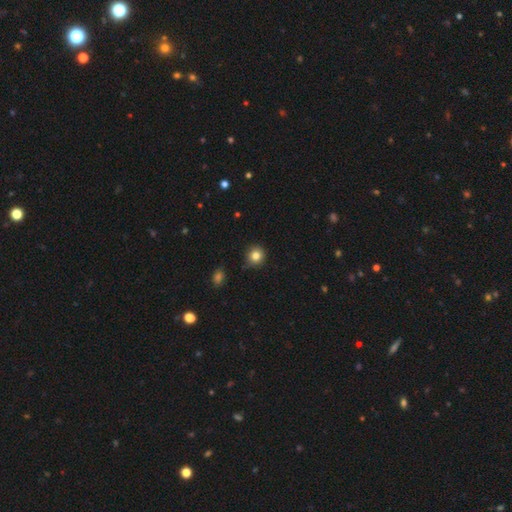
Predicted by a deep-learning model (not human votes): Smooth or featured?
  - smooth: 83% *
  - star or artifact: 12%
  - featured or disk: 6%
How rounded?
  - round: 90% *
  - in between: 9%
  - cigar-shaped: 1%
Merging?
  - none: 85% *
  - minor disturbance: 12%
  - major disturbance: 2%
  - merger: 2%